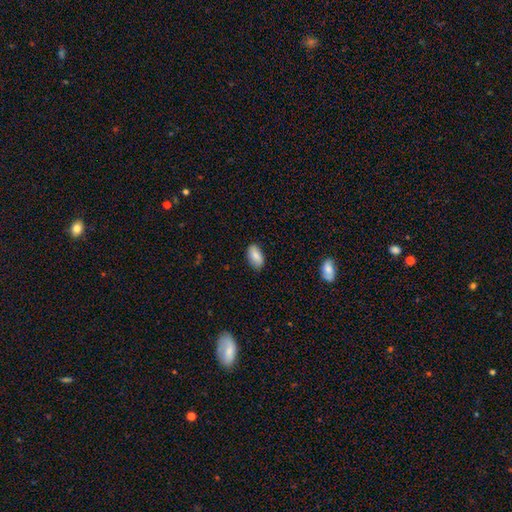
This is clearly a smooth galaxy (82%). How rounded: clearly in between (100%). Merging: likely none (69%).